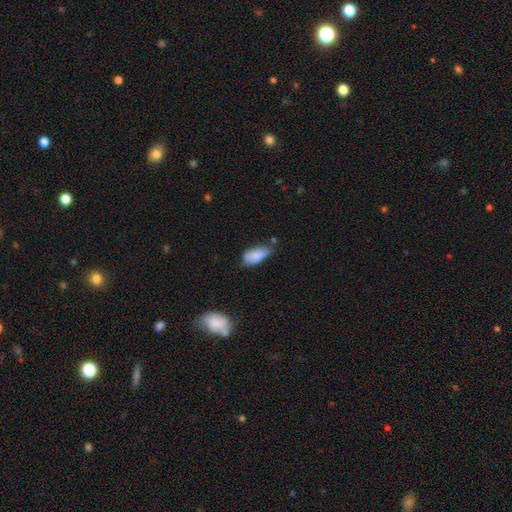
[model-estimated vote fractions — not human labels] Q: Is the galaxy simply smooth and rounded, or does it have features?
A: smooth — 80%.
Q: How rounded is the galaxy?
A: in between — 88%.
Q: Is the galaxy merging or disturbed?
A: none — 43%.